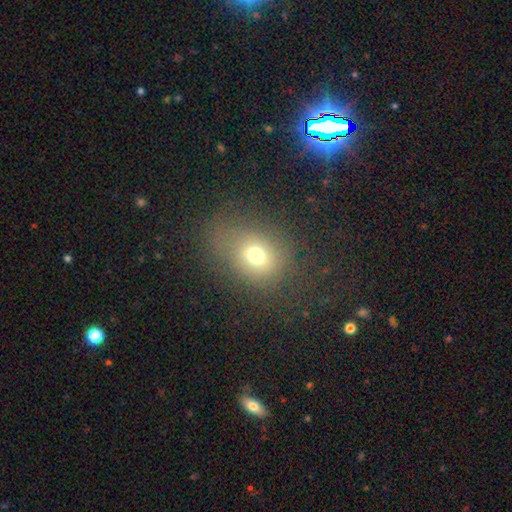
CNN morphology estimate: Smooth or featured?
  - smooth: 66% *
  - star or artifact: 18%
  - featured or disk: 16%
How rounded?
  - round: 54% *
  - in between: 44%
  - cigar-shaped: 1%
Merging?
  - none: 63% *
  - minor disturbance: 19%
  - major disturbance: 16%
  - merger: 2%